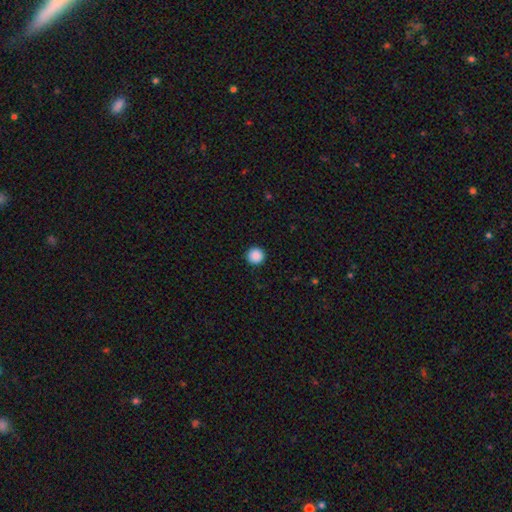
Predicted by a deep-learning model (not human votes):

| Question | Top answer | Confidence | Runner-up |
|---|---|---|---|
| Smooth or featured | smooth | 88% | star or artifact (9%) |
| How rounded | round | 96% | in between (3%) |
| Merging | none | 93% | minor disturbance (4%) |